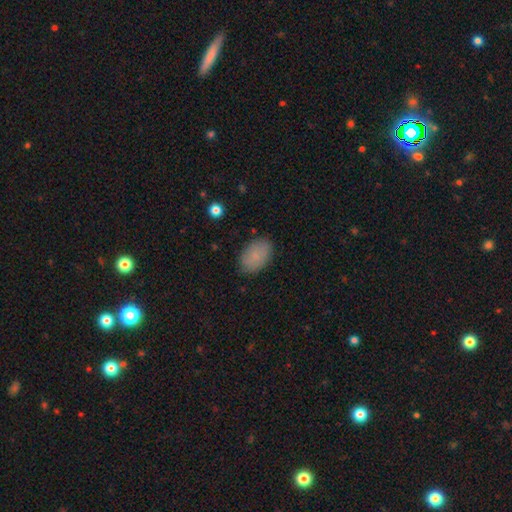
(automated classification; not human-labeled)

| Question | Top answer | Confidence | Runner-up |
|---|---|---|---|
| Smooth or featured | smooth | 84% | featured or disk (8%) |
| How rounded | in between | 90% | round (8%) |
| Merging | none | 85% | minor disturbance (11%) |